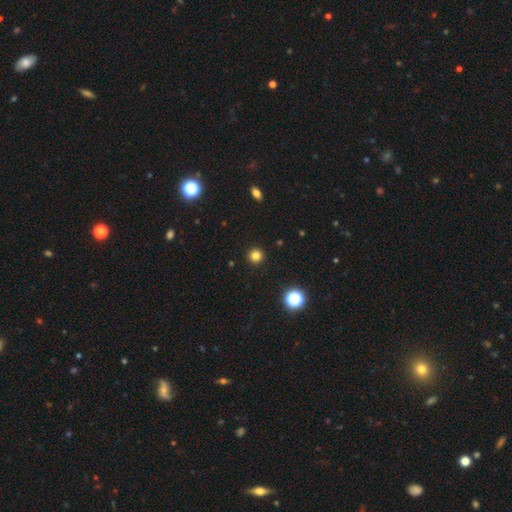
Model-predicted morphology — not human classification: smooth_or_featured: smooth (p=0.81) [alt: star or artifact p=0.15]
how_rounded: round (p=0.95) [alt: in between p=0.04]
merging: none (p=0.93) [alt: minor disturbance p=0.04]